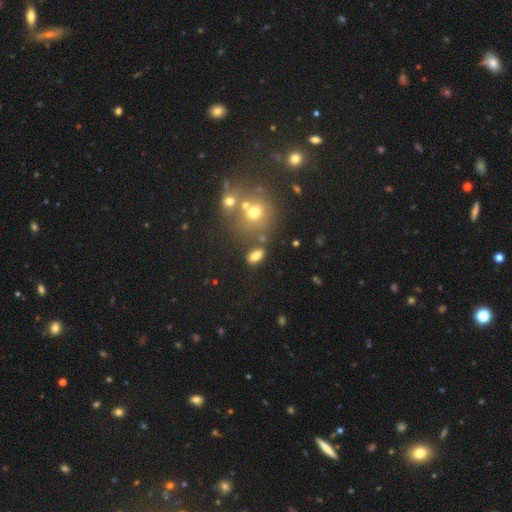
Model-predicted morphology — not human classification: smooth 77%, star or artifact 13%, featured or disk 10%. Down the decision tree: how rounded — in between (85%); merging — none (75%).